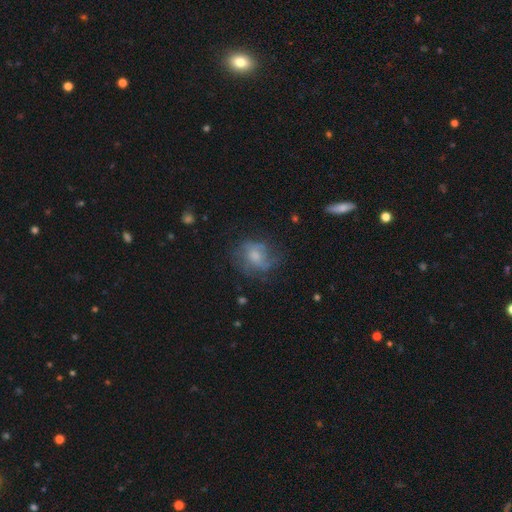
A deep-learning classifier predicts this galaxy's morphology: Smooth or featured?
  - smooth: 47% *
  - featured or disk: 42%
  - star or artifact: 11%
Merging?
  - none: 54% *
  - minor disturbance: 24%
  - major disturbance: 20%
  - merger: 2%